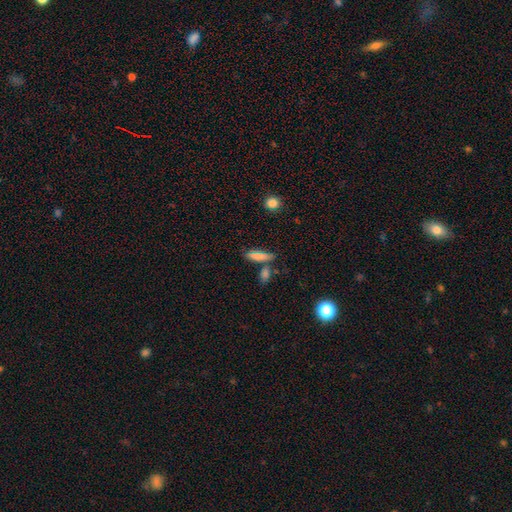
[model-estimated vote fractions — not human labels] Smooth or featured: smooth — 79% (featured or disk — 13%)
How rounded: cigar-shaped — 64% (in between — 33%)
Merging: none — 65% (minor disturbance — 15%)